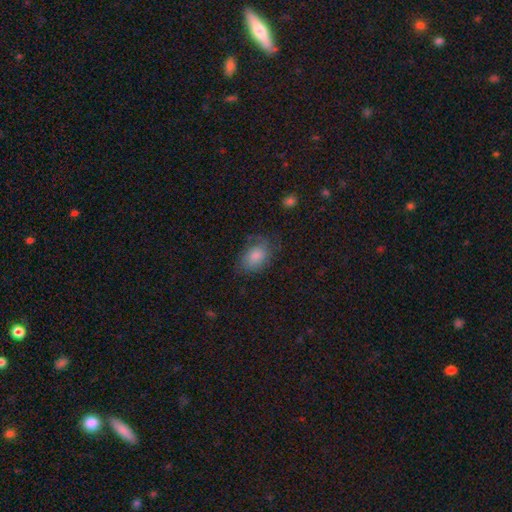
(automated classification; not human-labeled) Morphology: type=smooth (72%); roundness=in between (80%); merging=none (63%).